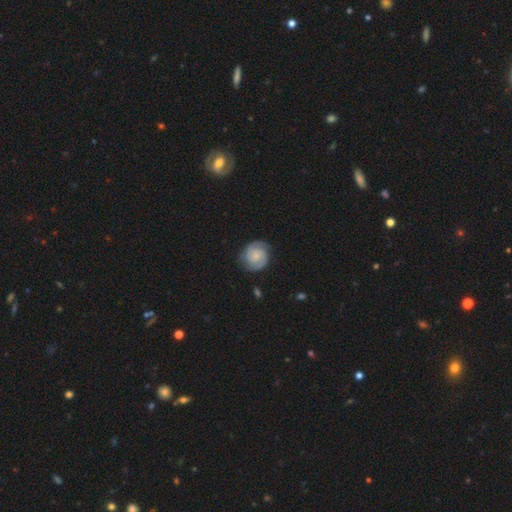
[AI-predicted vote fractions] This appears to be a featured or disk galaxy (76%) with no bar (62%), 2 (86%) tight (58%) spiral arms (97%) and a small central bulge (54%). Merging: none (82%).